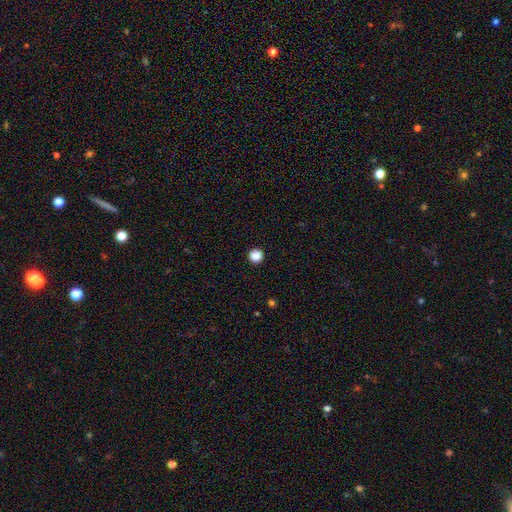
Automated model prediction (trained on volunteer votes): Q: Smooth or featured?
A: smooth (87%); runner-up: star or artifact (10%)
Q: How rounded?
A: round (96%); runner-up: in between (3%)
Q: Merging?
A: none (94%); runner-up: minor disturbance (3%)